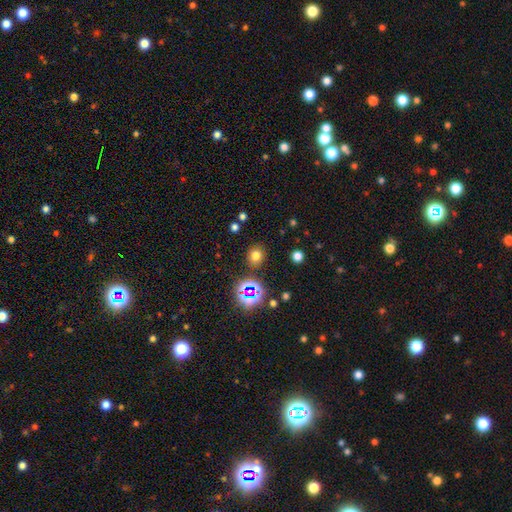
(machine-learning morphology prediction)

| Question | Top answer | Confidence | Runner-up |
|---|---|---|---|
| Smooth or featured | smooth | 68% | star or artifact (24%) |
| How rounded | round | 79% | in between (20%) |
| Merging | none | 86% | minor disturbance (8%) |